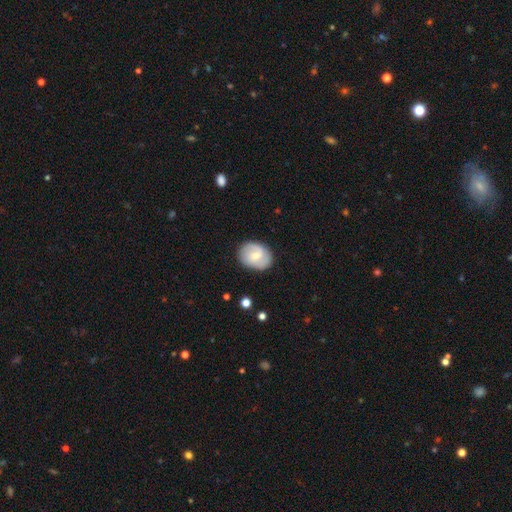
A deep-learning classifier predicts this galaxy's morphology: Smooth or featured: featured or disk — 52% (smooth — 42%)
Edge-on disk: no — 97% (yes — 3%)
Bar: no — 45% (tied with weak — 45%)
Spiral arms: yes — 79% (no — 21%)
Bulge size: small — 56% (moderate — 40%)
Merging: none — 82% (minor disturbance — 13%)